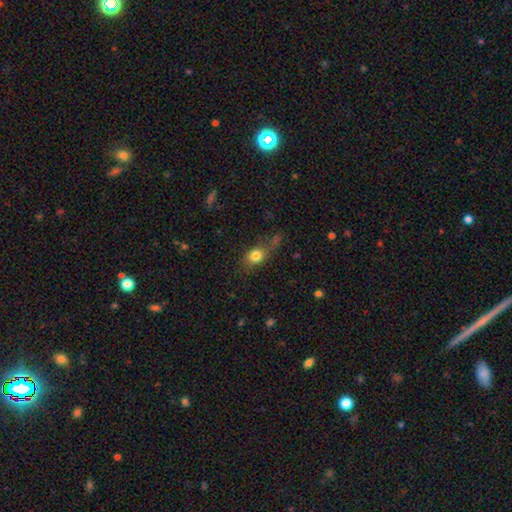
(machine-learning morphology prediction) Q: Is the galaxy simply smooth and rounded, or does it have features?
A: smooth — 79%.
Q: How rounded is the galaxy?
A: round — 52%.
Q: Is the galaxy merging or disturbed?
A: none — 57%.